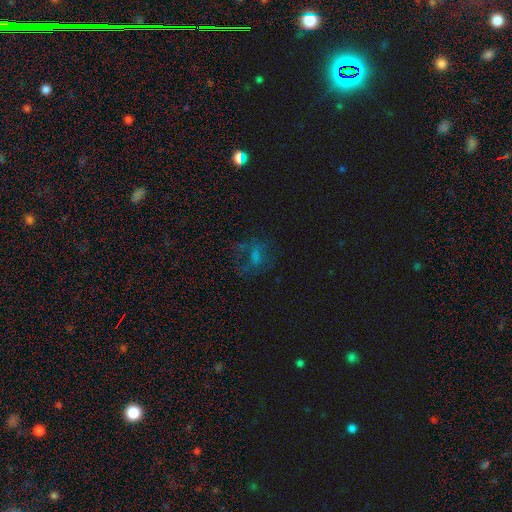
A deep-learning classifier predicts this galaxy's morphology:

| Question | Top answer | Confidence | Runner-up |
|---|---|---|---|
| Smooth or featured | smooth | 37% | star or artifact (33%) |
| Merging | none | 51% | major disturbance (27%) |